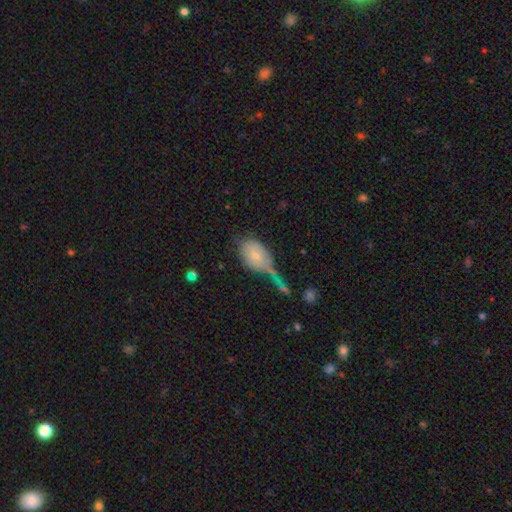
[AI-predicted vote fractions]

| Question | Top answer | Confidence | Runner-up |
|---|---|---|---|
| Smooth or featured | smooth | 71% | featured or disk (20%) |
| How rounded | in between | 81% | round (17%) |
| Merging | none | 32% | merger (26%) |